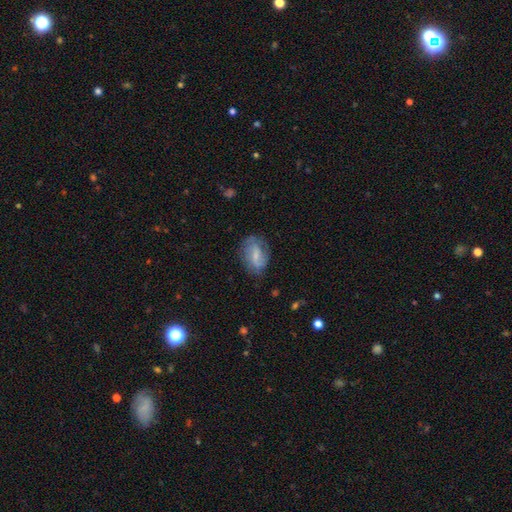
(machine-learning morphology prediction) A featured or disk galaxy (53%) with a weak bar (52%), spiral arms (78%) and a small central bulge (49%).

Vote fractions:
- Smooth or featured? featured or disk: 53% / smooth: 39% / star or artifact: 8%
- Edge-on disk? no: 96% / yes: 4%
- Bar? weak: 52% / no: 27% / strong: 21%
- Spiral arms? yes: 78% / no: 22%
- Bulge size? small: 49% / moderate: 29% / none: 18% / large: 3% / dominant: 1%
- Merging? none: 65% / minor disturbance: 23% / major disturbance: 10% / merger: 2%